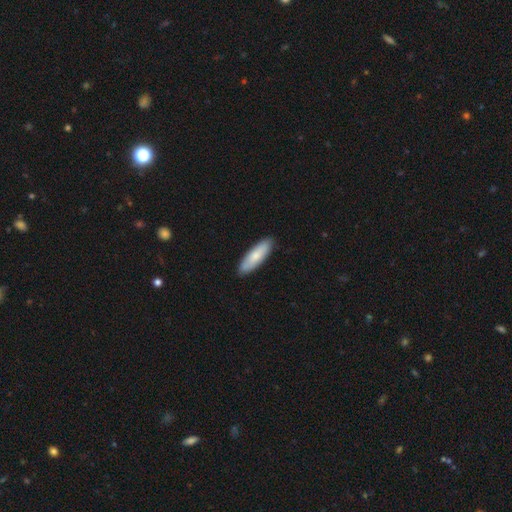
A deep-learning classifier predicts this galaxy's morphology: A smooth galaxy with no disk features (77%) that is cigar-shaped (51%). Merging: none (89%).